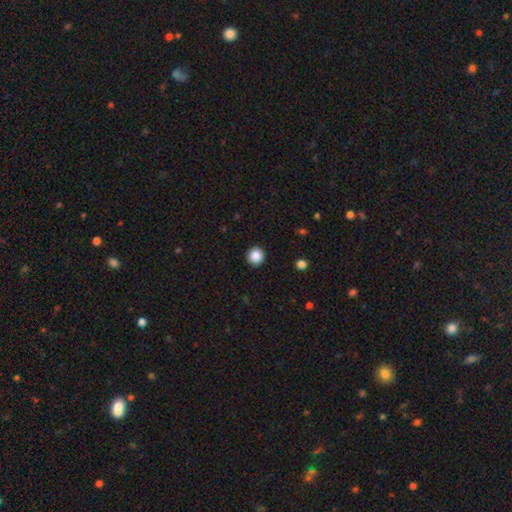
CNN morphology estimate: Smooth or featured: smooth — 87% (star or artifact — 9%)
How rounded: round — 93% (in between — 6%)
Merging: none — 92% (minor disturbance — 5%)